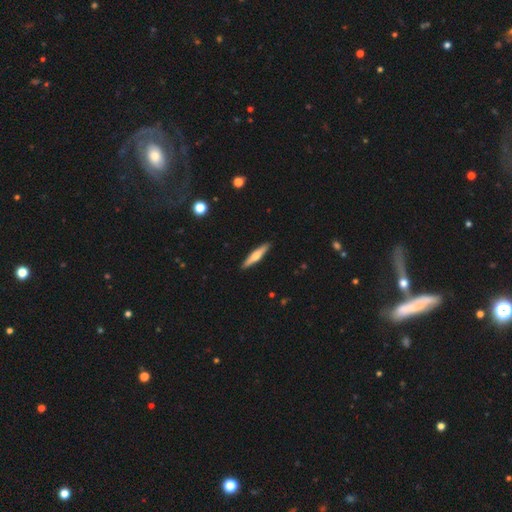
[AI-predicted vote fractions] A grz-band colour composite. It shows a featured or disk galaxy (48%). Merging: none (91%).